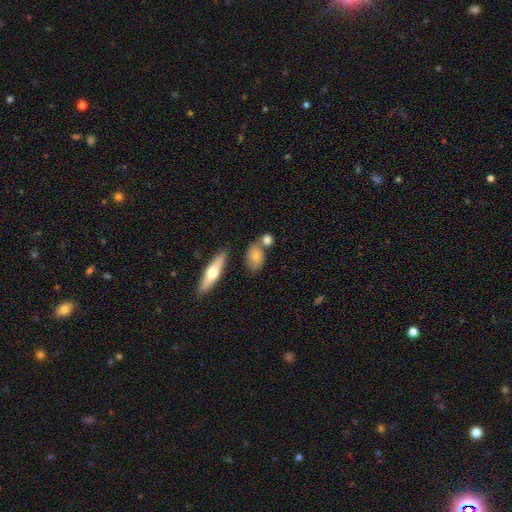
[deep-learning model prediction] Smooth or featured? Predicted: smooth (p=0.72). How rounded? Predicted: in between (p=0.68). Merging? Predicted: none (p=0.63).